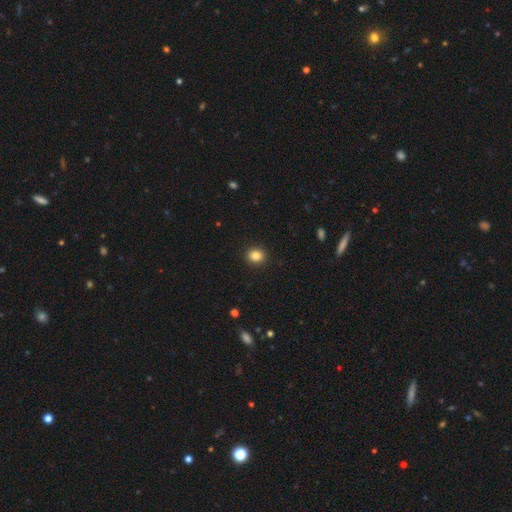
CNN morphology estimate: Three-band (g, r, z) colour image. It shows a smooth galaxy with no disk features (85%) that is round (75%). Merging: none (92%).